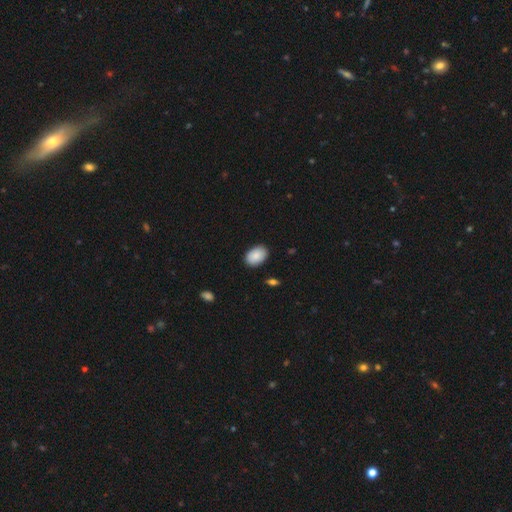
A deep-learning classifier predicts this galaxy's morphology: A smooth galaxy with no disk features (89%) that is in between round and cigar-shaped (86%). Merging: none (87%).